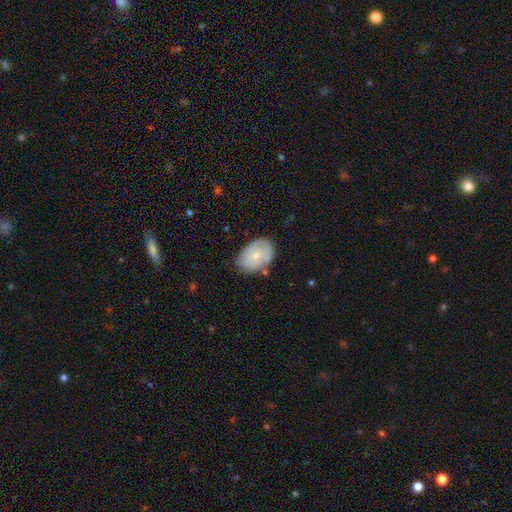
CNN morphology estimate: Q: Smooth or featured?
A: smooth (68%); runner-up: featured or disk (26%)
Q: How rounded?
A: in between (86%); runner-up: round (13%)
Q: Merging?
A: none (70%); runner-up: minor disturbance (22%)